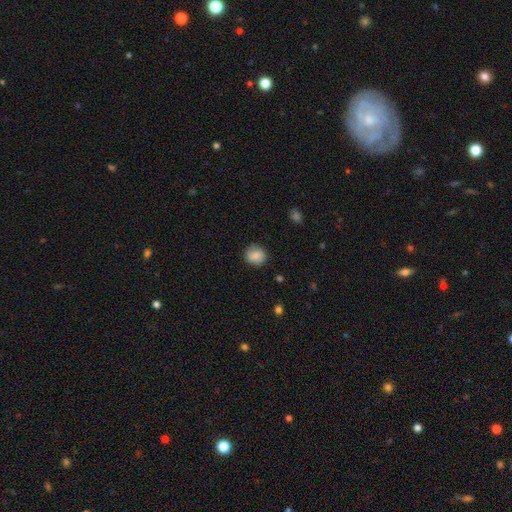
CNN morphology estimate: Smooth or featured: smooth — 83% (featured or disk — 9%)
How rounded: round — 82% (in between — 17%)
Merging: none — 82% (minor disturbance — 13%)